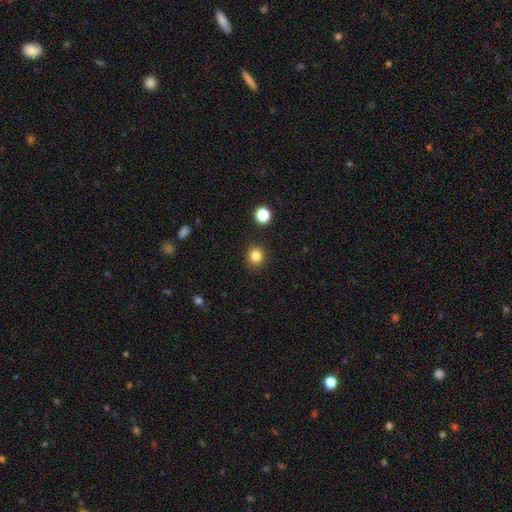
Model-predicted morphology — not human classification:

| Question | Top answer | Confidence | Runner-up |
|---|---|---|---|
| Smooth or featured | smooth | 83% | star or artifact (12%) |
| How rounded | round | 89% | in between (10%) |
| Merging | none | 91% | minor disturbance (6%) |